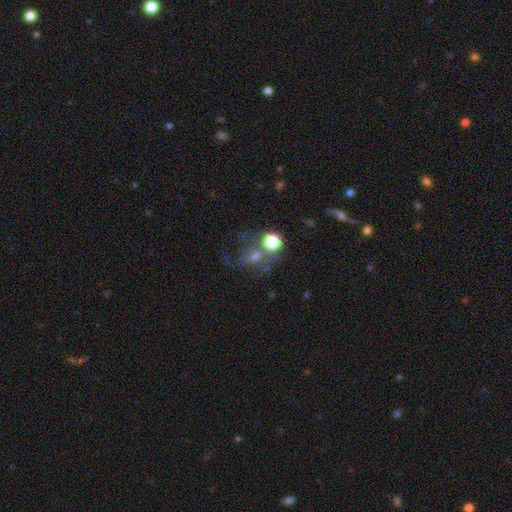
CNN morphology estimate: smooth 39%, featured or disk 35%, star or artifact 27%. Down the decision tree: merging — none (44%).